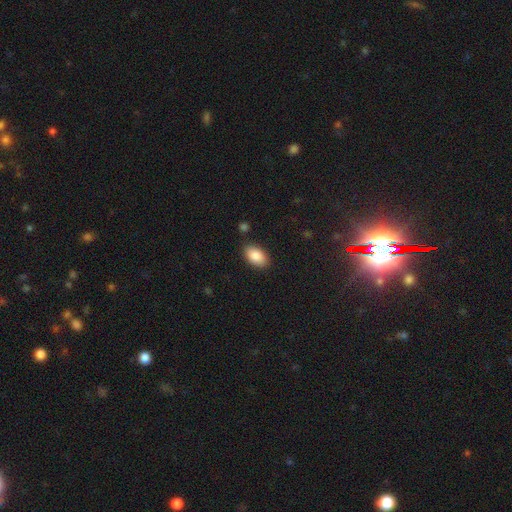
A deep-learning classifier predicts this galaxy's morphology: Smooth or featured? smooth (87%)
How rounded? in between (93%)
Merging? none (85%)